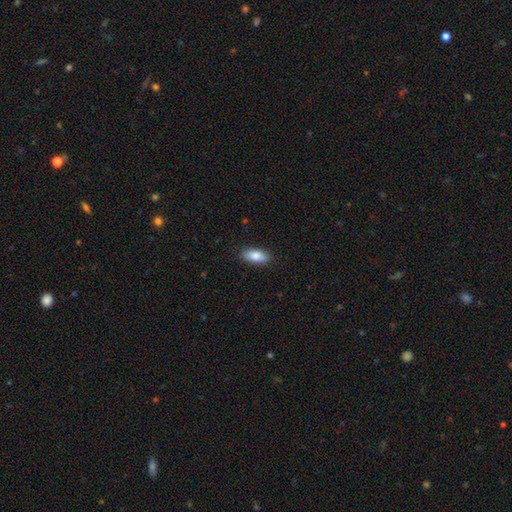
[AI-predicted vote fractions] A smooth galaxy with no disk features (84%) that is in between round and cigar-shaped (87%). Merging: none (87%).